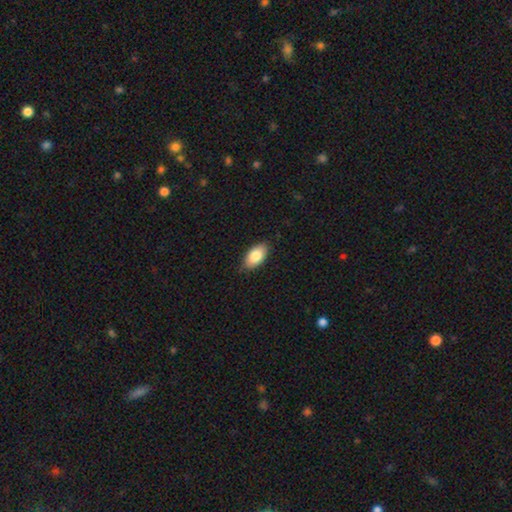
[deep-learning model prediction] This is clearly a smooth galaxy (83%). How rounded: clearly in between (94%). Merging: clearly none (83%).